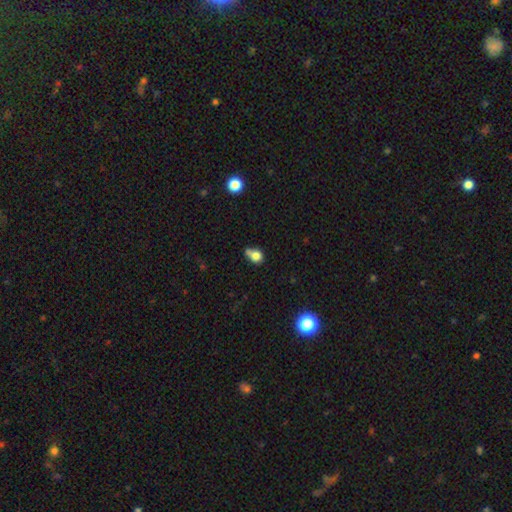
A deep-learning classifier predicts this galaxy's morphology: smooth-or-featured: smooth: 77% | star or artifact: 12% | featured or disk: 11%
  how-rounded: round: 61% | in between: 37% | cigar-shaped: 2%
  merging: none: 37% | merger: 29% | minor disturbance: 25% | major disturbance: 10%